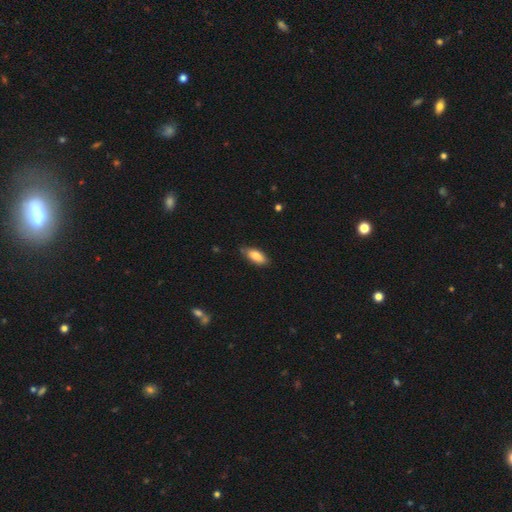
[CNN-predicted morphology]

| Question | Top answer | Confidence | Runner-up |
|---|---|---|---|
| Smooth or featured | smooth | 82% | featured or disk (12%) |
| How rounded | in between | 85% | cigar-shaped (13%) |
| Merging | none | 80% | minor disturbance (17%) |